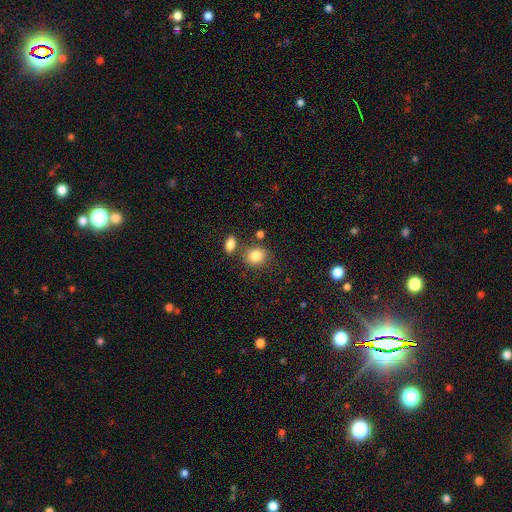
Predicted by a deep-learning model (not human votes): Smooth or featured? smooth (84%)
How rounded? round (65%)
Merging? none (72%)